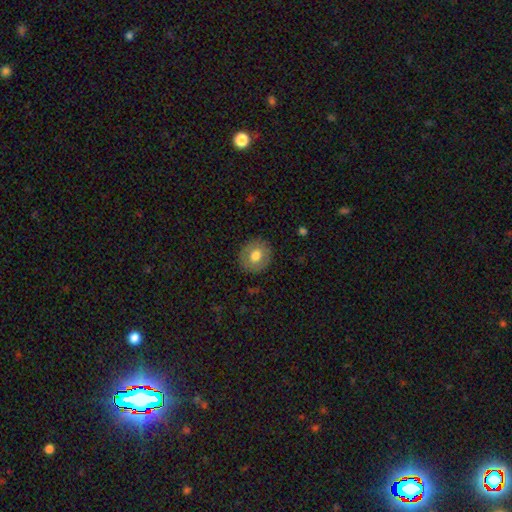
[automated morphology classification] smooth-or-featured: smooth: 69% | featured or disk: 23% | star or artifact: 8%
  how-rounded: round: 83% | in between: 16% | cigar-shaped: 1%
  merging: none: 88% | minor disturbance: 9% | major disturbance: 3% | merger: 1%